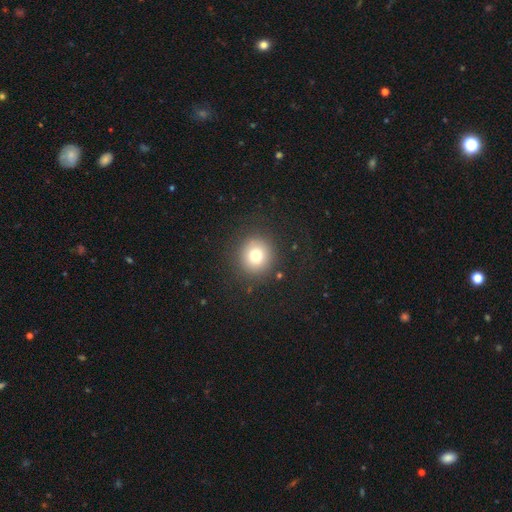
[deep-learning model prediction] Q: Smooth or featured?
A: smooth (74%); runner-up: star or artifact (14%)
Q: How rounded?
A: round (92%); runner-up: in between (7%)
Q: Merging?
A: none (88%); runner-up: minor disturbance (7%)